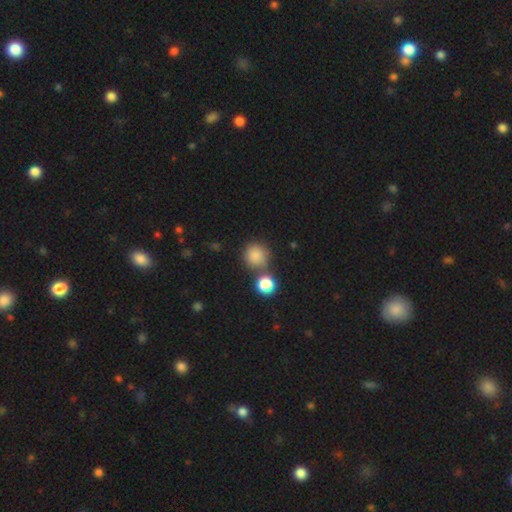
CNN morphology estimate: Smooth or featured? smooth (83%)
How rounded? round (90%)
Merging? none (65%)